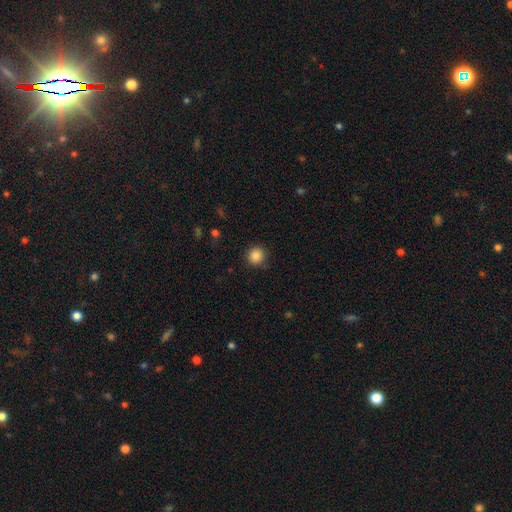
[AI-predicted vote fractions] A smooth galaxy with no disk features (86%) that is round (94%).

Vote fractions:
- Smooth or featured? smooth: 86% / star or artifact: 10% / featured or disk: 4%
- How rounded? round: 94% / in between: 5% / cigar-shaped: 1%
- Merging? none: 88% / minor disturbance: 8% / major disturbance: 2% / merger: 1%